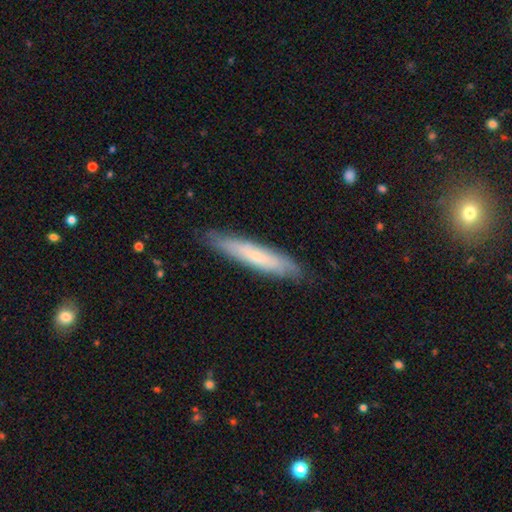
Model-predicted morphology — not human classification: Smooth or featured?
  - smooth: 55% *
  - featured or disk: 38%
  - star or artifact: 6%
How rounded?
  - cigar-shaped: 89% *
  - in between: 10%
  - round: 1%
Merging?
  - none: 83% *
  - minor disturbance: 13%
  - major disturbance: 2%
  - merger: 1%